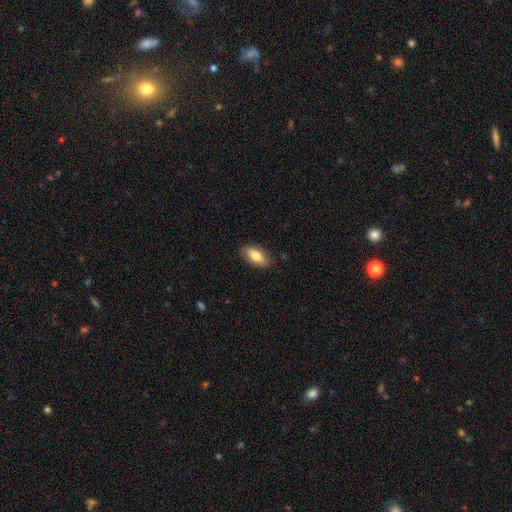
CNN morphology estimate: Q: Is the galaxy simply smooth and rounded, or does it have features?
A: smooth — 80%.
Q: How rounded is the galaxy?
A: in between — 88%.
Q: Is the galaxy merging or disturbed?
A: none — 84%.